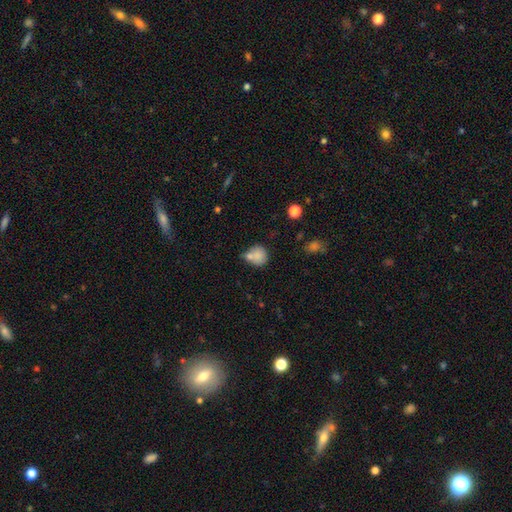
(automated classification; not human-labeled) Overall: smooth (79%). How rounded: round (72%). Merging: none (41%; merger 34%).